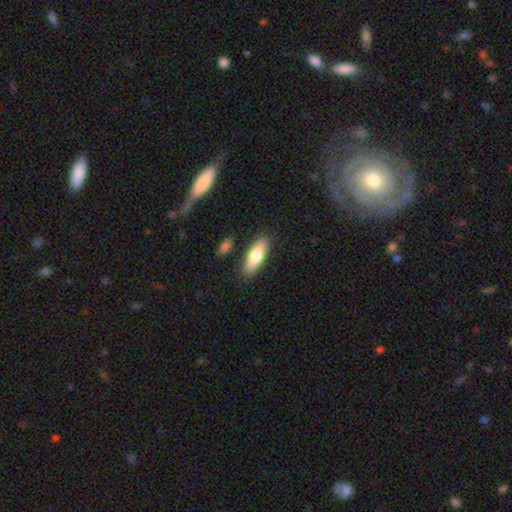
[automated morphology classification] A smooth galaxy with no disk features (73%) that is in between round and cigar-shaped (62%). Merging: none (84%).